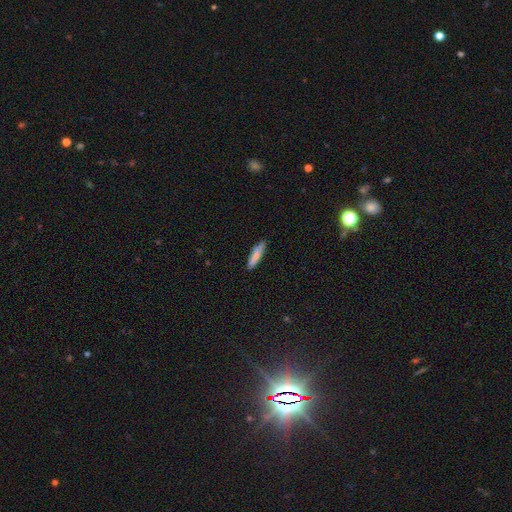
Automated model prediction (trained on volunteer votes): smooth_or_featured: smooth (p=0.79) [alt: featured or disk p=0.15]
how_rounded: cigar-shaped (p=0.79) [alt: in between p=0.19]
merging: none (p=0.85) [alt: minor disturbance p=0.12]